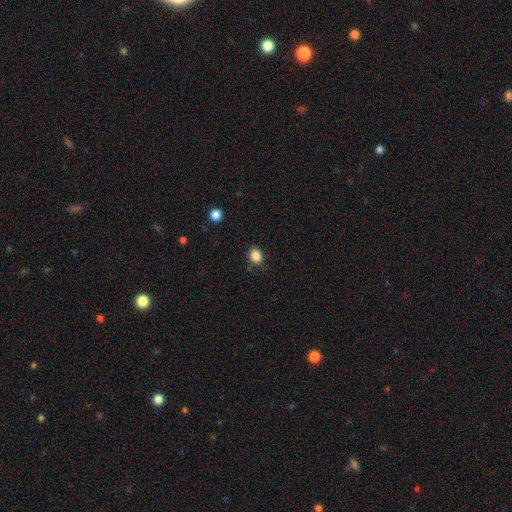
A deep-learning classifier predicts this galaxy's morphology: smooth_or_featured: smooth (p=0.85) [alt: star or artifact p=0.11]
how_rounded: in between (p=0.58) [alt: round p=0.41]
merging: none (p=0.81) [alt: minor disturbance p=0.15]